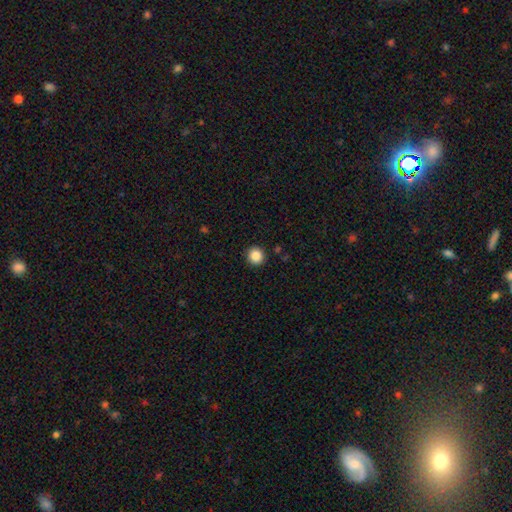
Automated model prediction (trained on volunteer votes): Q: Smooth or featured?
A: smooth (86%); runner-up: star or artifact (10%)
Q: How rounded?
A: round (93%); runner-up: in between (7%)
Q: Merging?
A: none (92%); runner-up: minor disturbance (5%)